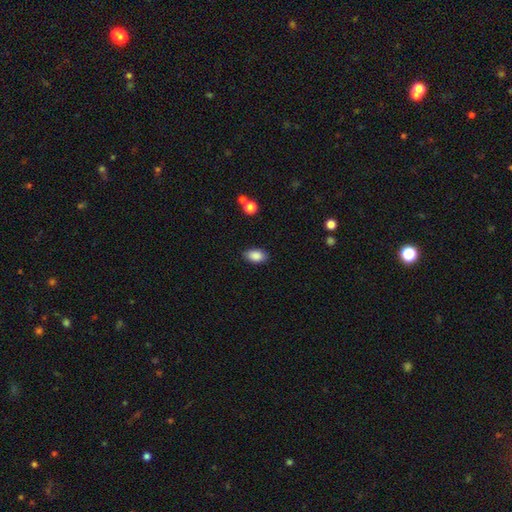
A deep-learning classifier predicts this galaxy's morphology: A smooth galaxy with no disk features (88%) that is in between round and cigar-shaped (91%).

Vote fractions:
- Smooth or featured? smooth: 88% / star or artifact: 8% / featured or disk: 4%
- How rounded? in between: 91% / round: 7% / cigar-shaped: 2%
- Merging? none: 87% / minor disturbance: 10% / major disturbance: 2% / merger: 1%